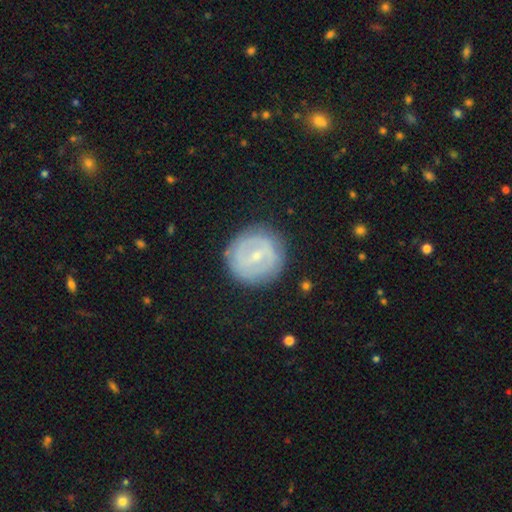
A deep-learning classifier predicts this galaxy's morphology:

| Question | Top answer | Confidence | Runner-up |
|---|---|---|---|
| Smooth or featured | featured or disk | 62% | smooth (32%) |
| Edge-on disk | no | 96% | yes (4%) |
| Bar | weak | 49% | strong (26%) |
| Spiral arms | yes | 52% | no (48%) |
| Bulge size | small | 69% | moderate (26%) |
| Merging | none | 85% | minor disturbance (10%) |